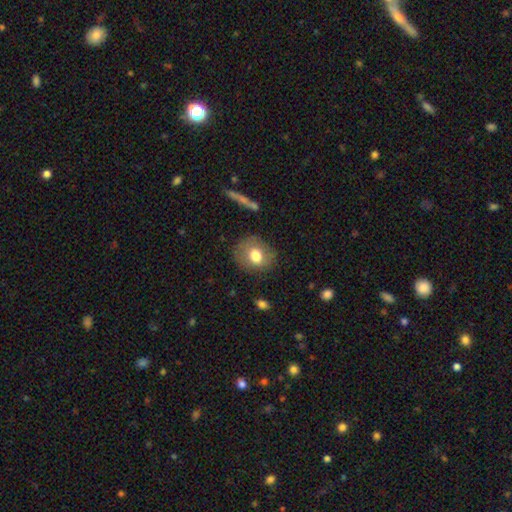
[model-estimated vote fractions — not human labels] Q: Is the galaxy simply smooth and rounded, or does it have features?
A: smooth — 74%.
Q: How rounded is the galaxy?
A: round — 69%.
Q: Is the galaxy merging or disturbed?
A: none — 76%.